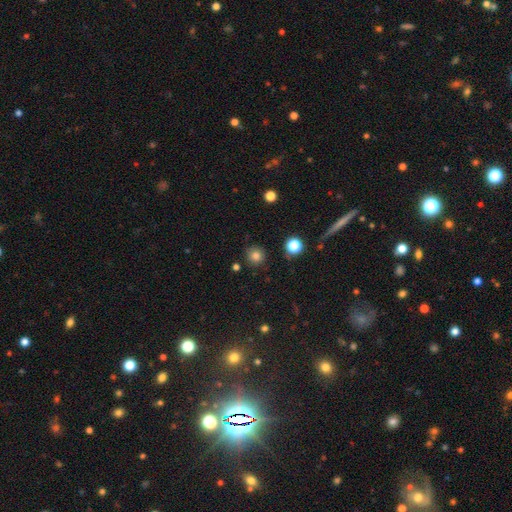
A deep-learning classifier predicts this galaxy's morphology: smooth-or-featured: smooth: 81% | star or artifact: 14% | featured or disk: 5%
  how-rounded: round: 93% | in between: 6% | cigar-shaped: 1%
  merging: none: 87% | minor disturbance: 8% | major disturbance: 2% | merger: 2%